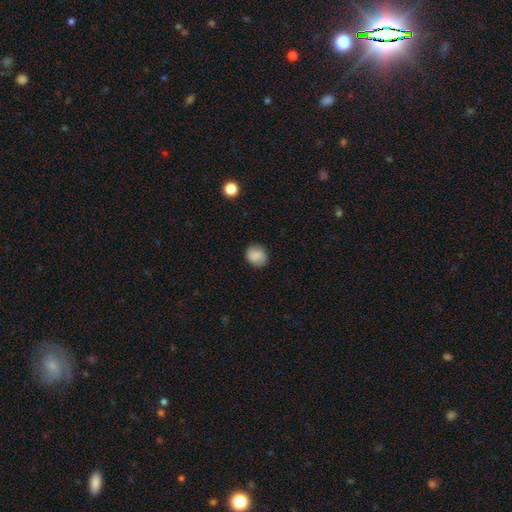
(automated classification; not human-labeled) Smooth or featured: smooth — 87% (star or artifact — 8%)
How rounded: round — 78% (in between — 21%)
Merging: none — 84% (minor disturbance — 12%)